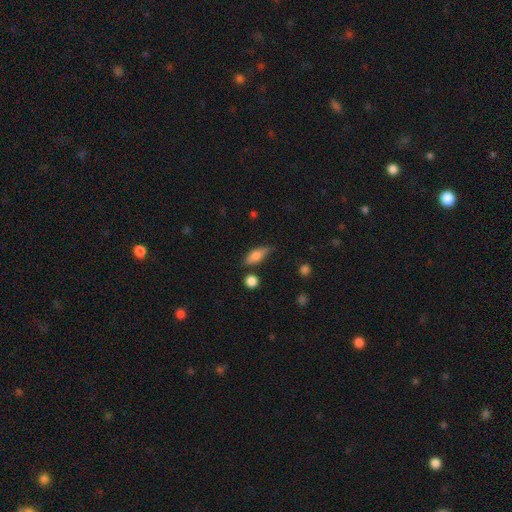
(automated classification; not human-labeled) A smooth galaxy with no disk features (66%) that is in between round and cigar-shaped (66%). Merging: none (74%).